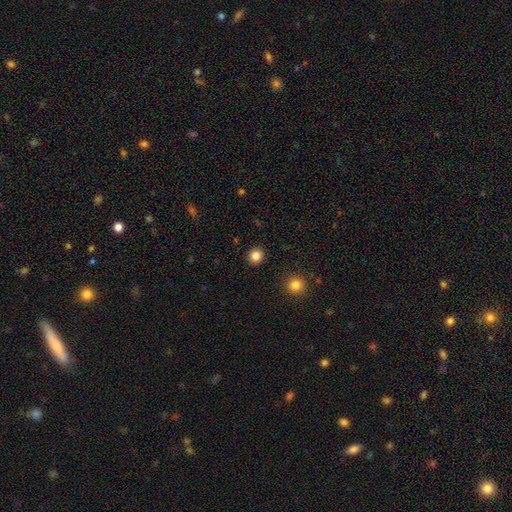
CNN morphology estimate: This is clearly a smooth galaxy (84%). How rounded: clearly round (84%). Merging: clearly none (91%).